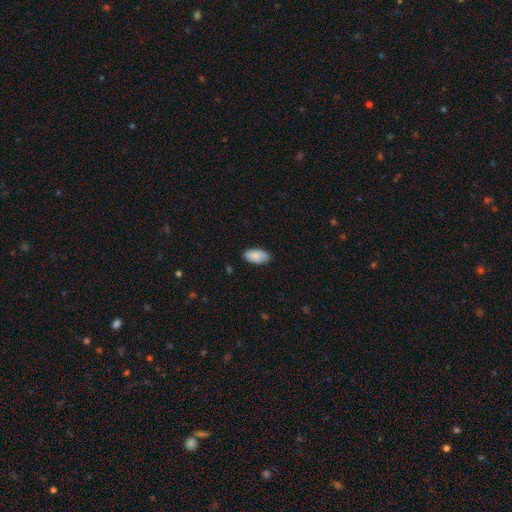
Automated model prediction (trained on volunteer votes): smooth 82%, featured or disk 12%, star or artifact 7%. Down the decision tree: how rounded — in between (95%); merging — none (79%).